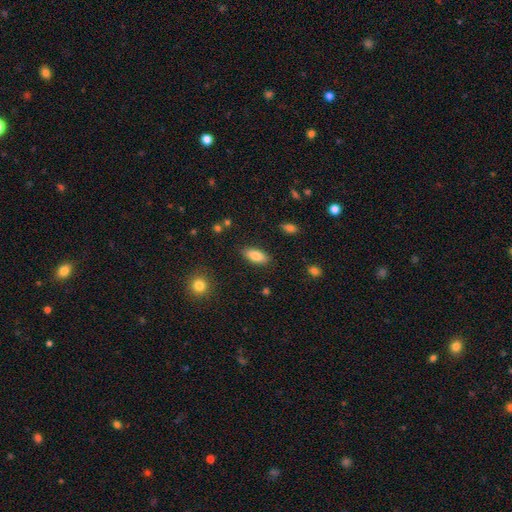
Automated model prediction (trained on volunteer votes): A smooth galaxy with no disk features (85%) that is in between round and cigar-shaped (87%). Merging: none (86%).